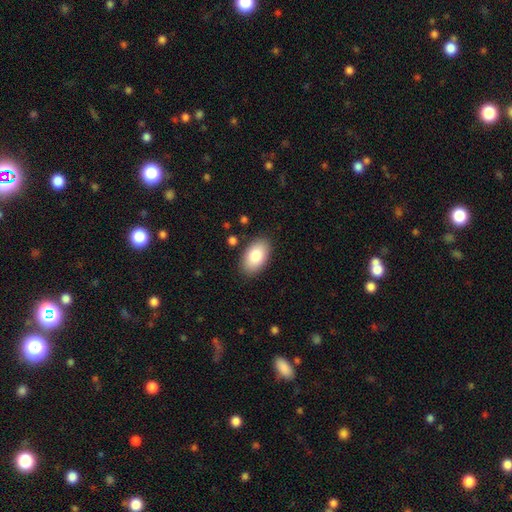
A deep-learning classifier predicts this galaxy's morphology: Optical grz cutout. It shows a smooth galaxy with no disk features (82%) that is in between round and cigar-shaped (94%). Merging: none (86%).